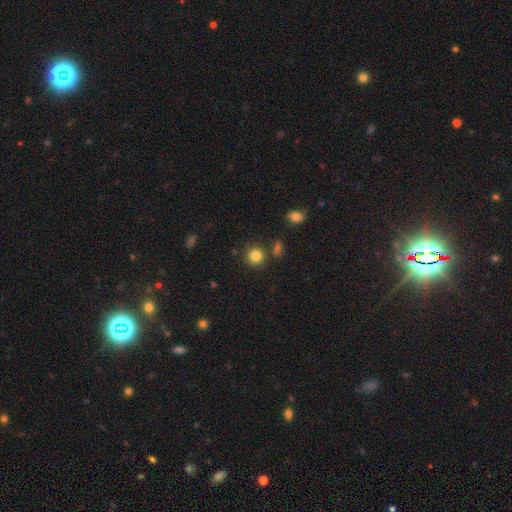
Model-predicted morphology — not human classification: A smooth galaxy with no disk features (84%) that is round (91%). Merging: none (83%).